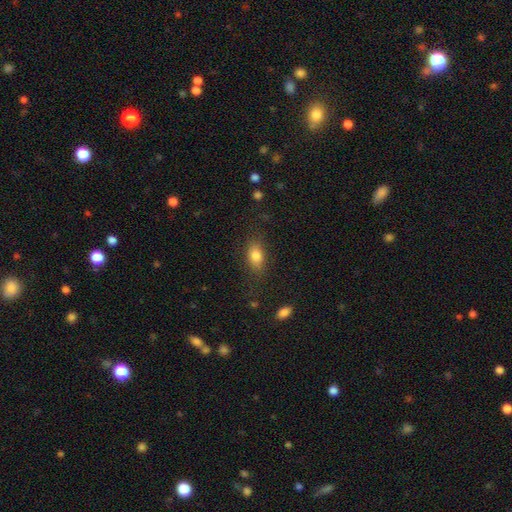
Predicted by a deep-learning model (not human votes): Smooth or featured?
  - smooth: 81% *
  - featured or disk: 10%
  - star or artifact: 9%
How rounded?
  - in between: 82% *
  - round: 10%
  - cigar-shaped: 8%
Merging?
  - none: 77% *
  - minor disturbance: 15%
  - major disturbance: 6%
  - merger: 2%